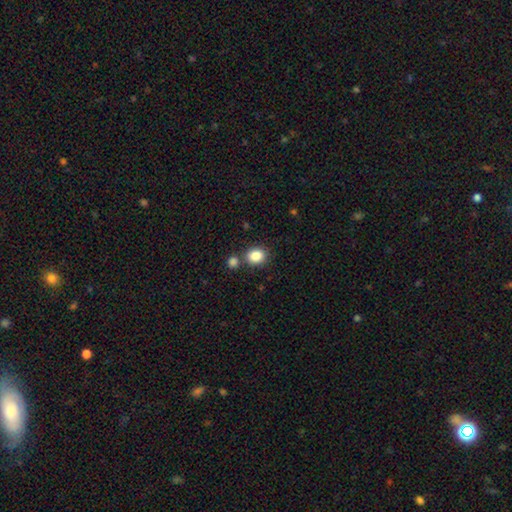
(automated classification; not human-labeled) The model was most divided on "how rounded": round: 63%, in between: 36%, cigar-shaped: 1%. More confident: smooth or featured — smooth (86%); merging — none (71%).